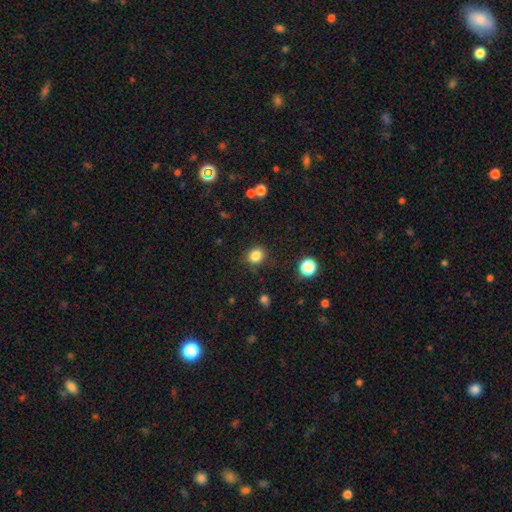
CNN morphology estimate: smooth 84%, star or artifact 12%, featured or disk 5%. Down the decision tree: how rounded — round (79%); merging — none (87%).